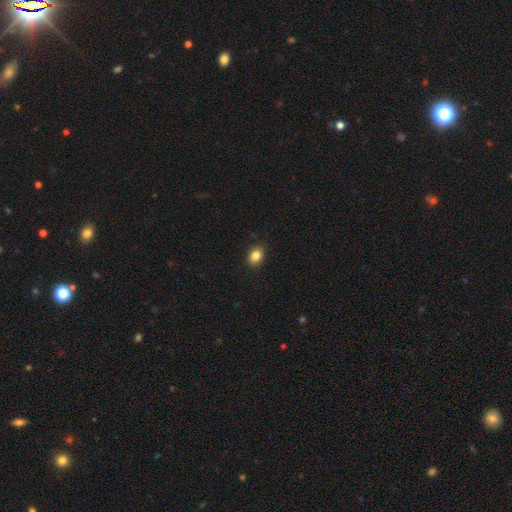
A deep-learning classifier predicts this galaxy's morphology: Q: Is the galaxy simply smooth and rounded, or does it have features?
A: smooth — 85%.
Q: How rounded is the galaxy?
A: in between — 62%.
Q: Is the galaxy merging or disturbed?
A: none — 88%.